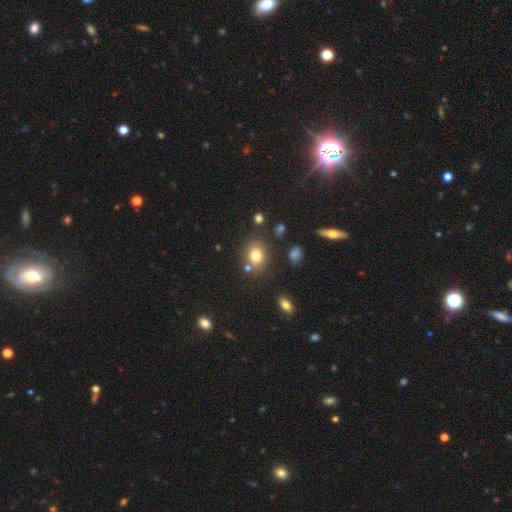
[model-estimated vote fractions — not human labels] Smooth or featured? Predicted: smooth (p=0.78). How rounded? Predicted: in between (p=0.53). Merging? Predicted: none (p=0.75).